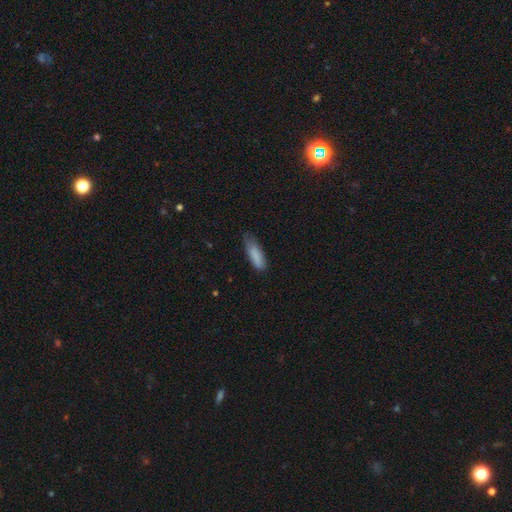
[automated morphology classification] Smooth or featured?
  - smooth: 85% *
  - featured or disk: 8%
  - star or artifact: 7%
How rounded?
  - in between: 58% *
  - cigar-shaped: 41%
  - round: 2%
Merging?
  - none: 49% *
  - minor disturbance: 39%
  - major disturbance: 10%
  - merger: 2%